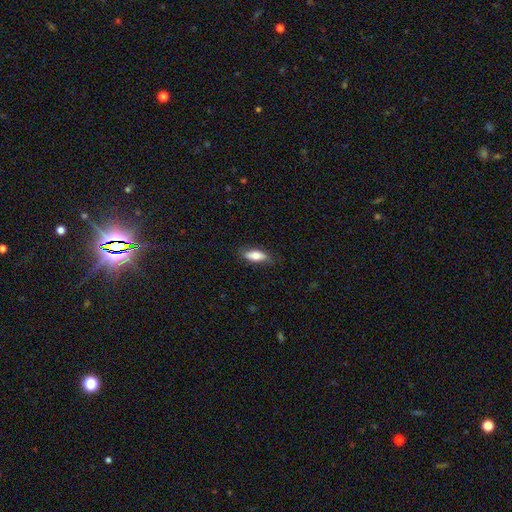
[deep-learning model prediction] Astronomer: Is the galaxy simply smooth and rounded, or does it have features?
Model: smooth — 75%.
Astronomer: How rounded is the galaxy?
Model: in between — 70%.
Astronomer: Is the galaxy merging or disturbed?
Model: none — 76%.